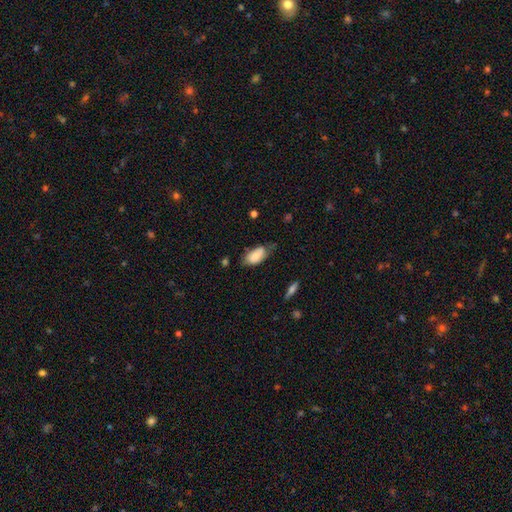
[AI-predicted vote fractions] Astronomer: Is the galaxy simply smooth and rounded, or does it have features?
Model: smooth — 73%.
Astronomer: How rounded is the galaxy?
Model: in between — 93%.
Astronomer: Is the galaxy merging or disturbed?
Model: none — 47% (runner-up: minor disturbance, 38%).